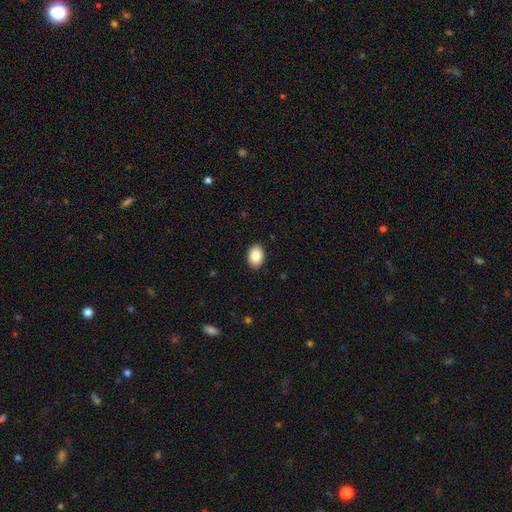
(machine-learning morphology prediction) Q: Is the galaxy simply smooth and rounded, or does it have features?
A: smooth — 87%.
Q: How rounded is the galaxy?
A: in between — 81%.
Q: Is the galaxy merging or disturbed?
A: none — 90%.